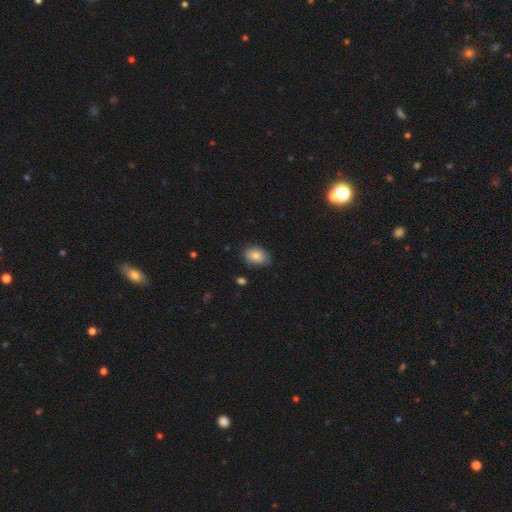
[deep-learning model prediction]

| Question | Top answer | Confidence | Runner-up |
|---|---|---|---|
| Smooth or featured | smooth | 84% | featured or disk (9%) |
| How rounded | in between | 82% | round (17%) |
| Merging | none | 75% | minor disturbance (20%) |